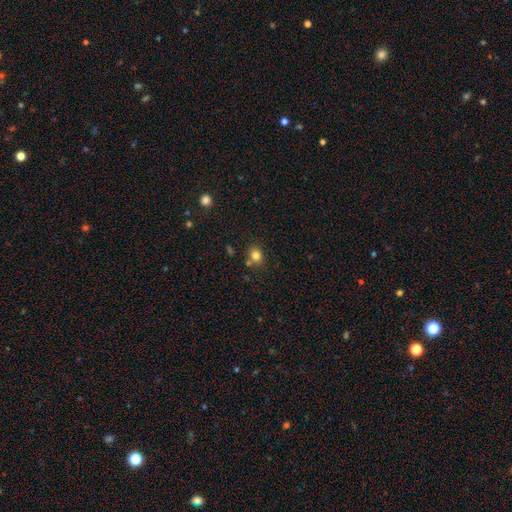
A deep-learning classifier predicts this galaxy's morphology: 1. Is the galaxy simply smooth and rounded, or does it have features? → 80% smooth, 13% star or artifact, 7% featured or disk.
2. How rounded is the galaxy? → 61% round, 38% in between, 1% cigar-shaped.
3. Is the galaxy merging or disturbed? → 71% none, 13% merger, 13% minor disturbance, 3% major disturbance.